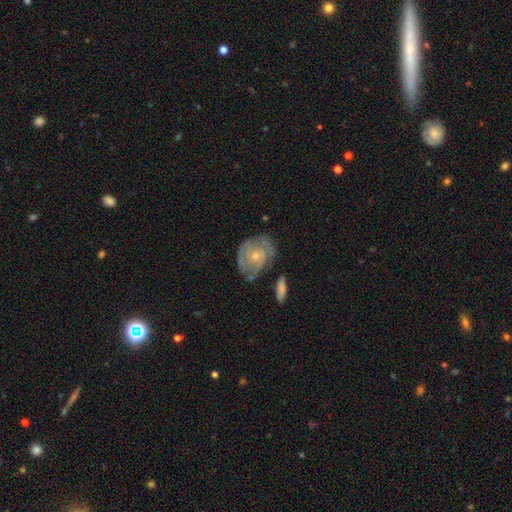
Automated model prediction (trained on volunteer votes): Smooth or featured: featured or disk — 76% (smooth — 19%)
Edge-on disk: no — 97% (yes — 3%)
Bar: no — 75% (weak — 22%)
Spiral arms: yes — 88% (no — 12%)
Spiral winding: tight — 61% (medium — 30%)
Spiral arm count: 2 — 39% (can't tell — 34%)
Bulge size: small — 61% (moderate — 33%)
Merging: none — 64% (minor disturbance — 22%)